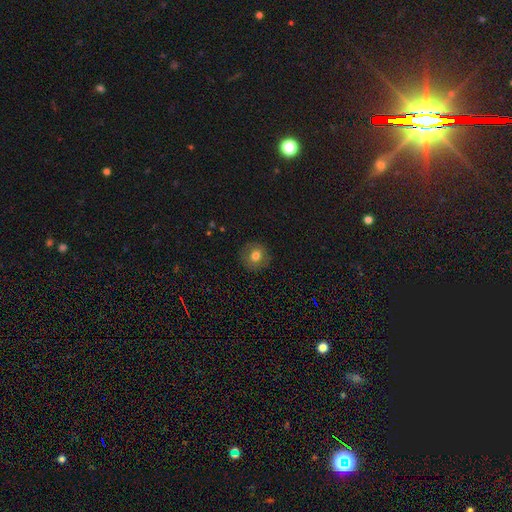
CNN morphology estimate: Smooth or featured? Predicted: smooth (p=0.75). How rounded? Predicted: round (p=0.93). Merging? Predicted: none (p=0.89).